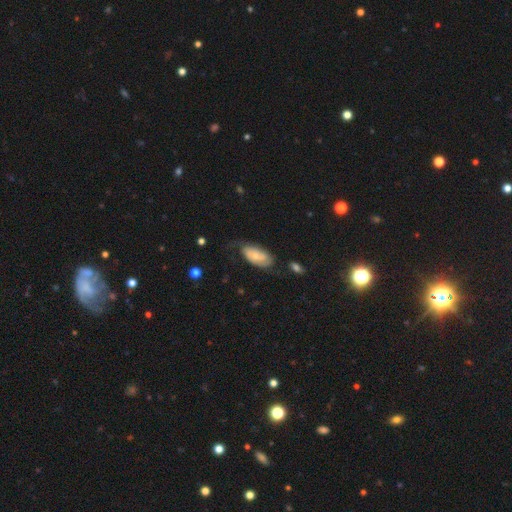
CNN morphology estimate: A smooth galaxy with no disk features (55%) that is in between round and cigar-shaped (91%).

Vote fractions:
- Smooth or featured? smooth: 55% / featured or disk: 39% / star or artifact: 6%
- How rounded? in between: 91% / cigar-shaped: 7% / round: 3%
- Merging? none: 47% / minor disturbance: 32% / major disturbance: 17% / merger: 3%